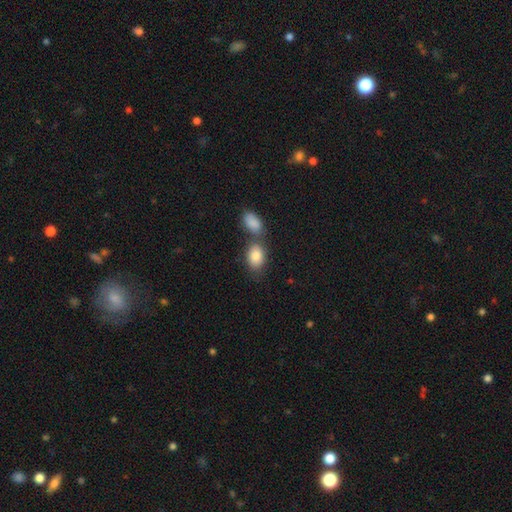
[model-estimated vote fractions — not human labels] Smooth or featured? smooth (84%)
How rounded? in between (84%)
Merging? none (49%)